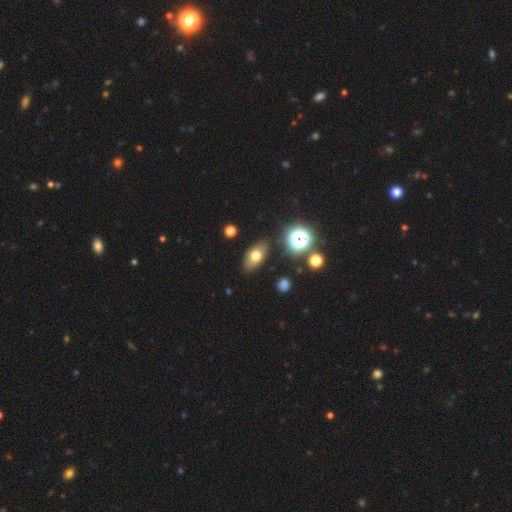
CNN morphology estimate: This appears to be a smooth galaxy with no disk features (69%) that is in between round and cigar-shaped (85%). Merging: none (85%).